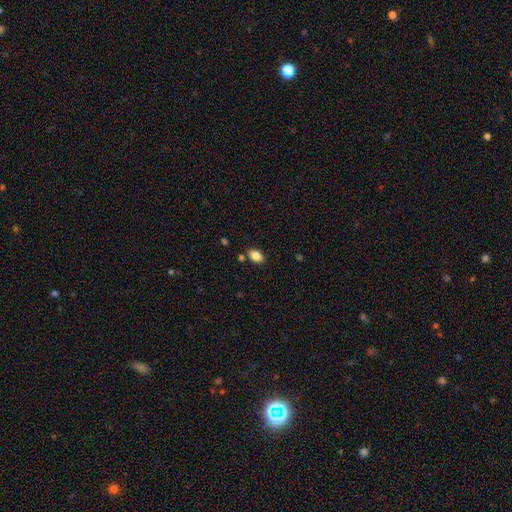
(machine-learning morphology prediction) Smooth or featured: smooth — 84% (star or artifact — 9%)
How rounded: in between — 86% (round — 12%)
Merging: none — 82% (minor disturbance — 11%)